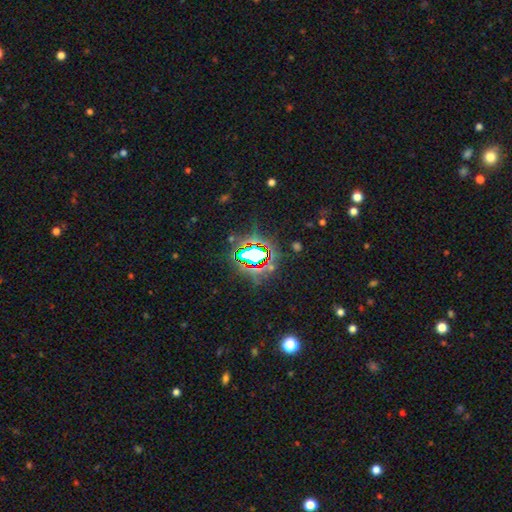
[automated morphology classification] Q: Smooth or featured?
A: star or artifact (73%); runner-up: smooth (16%)